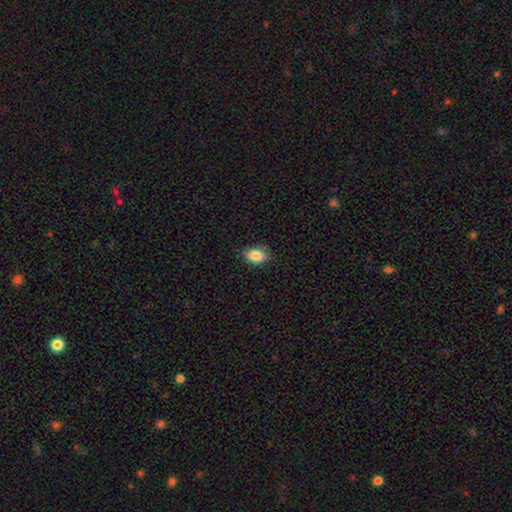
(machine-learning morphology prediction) Smooth or featured? smooth (87%)
How rounded? in between (80%)
Merging? none (82%)